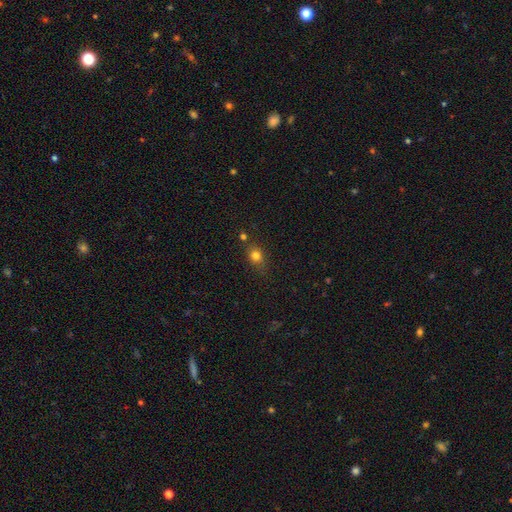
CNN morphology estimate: This is likely a smooth galaxy (78%). How rounded: possibly round (54%). Merging: likely none (70%).